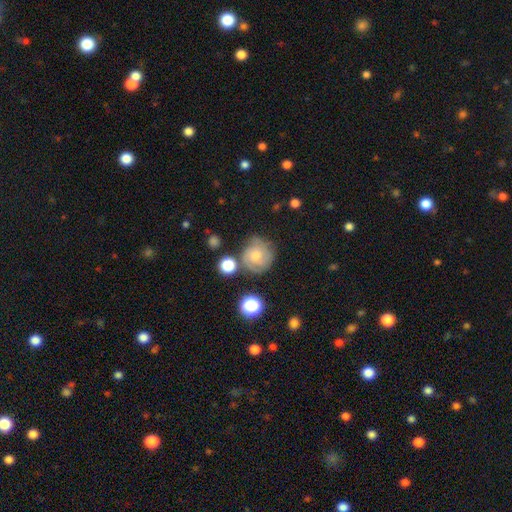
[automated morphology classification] Overall: featured or disk (58%; smooth 31%). Edge-on disk: no (97%). Bar: no (72%). Spiral arms: yes (90%). Spiral arm count: 2 (31%, tied with can't tell). Spiral winding: tight (59%; medium 33%). Bulge size: small (49%; moderate 42%). Merging: none (64%).